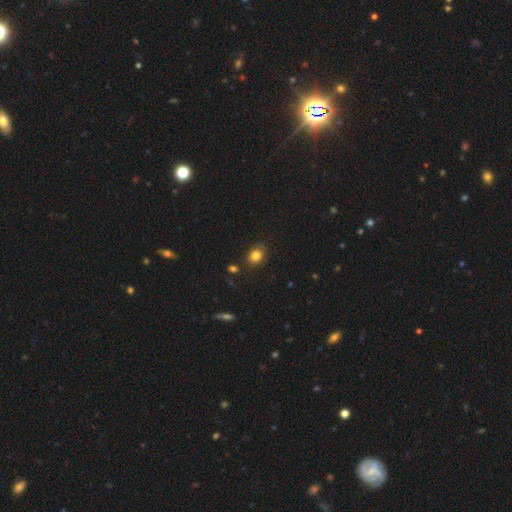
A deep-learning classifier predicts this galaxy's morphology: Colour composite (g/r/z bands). It shows a smooth galaxy with no disk features (82%) that is round (52%). Merging: none (82%).